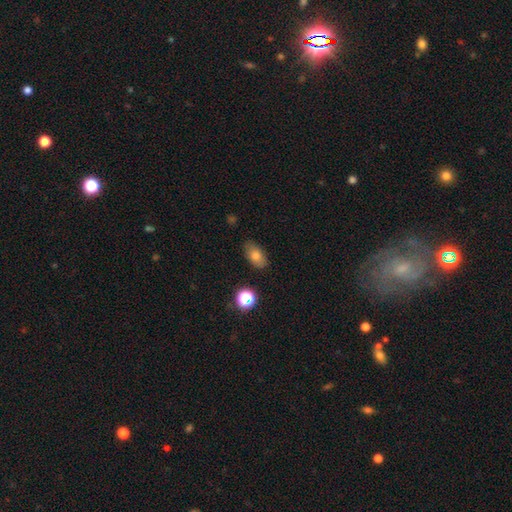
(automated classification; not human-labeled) smooth-or-featured: smooth: 77% | featured or disk: 12% | star or artifact: 11%
  how-rounded: in between: 87% | round: 10% | cigar-shaped: 3%
  merging: none: 83% | minor disturbance: 13% | major disturbance: 3% | merger: 2%